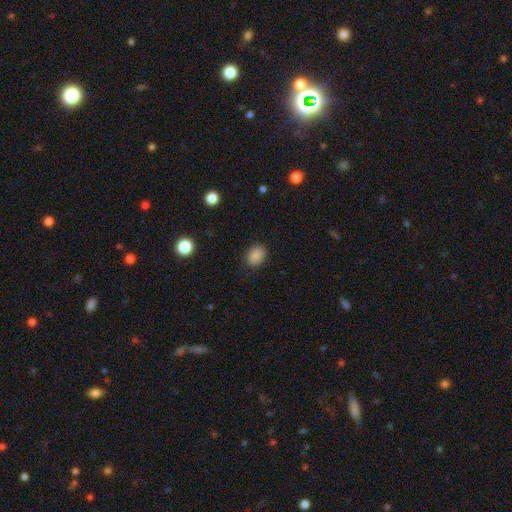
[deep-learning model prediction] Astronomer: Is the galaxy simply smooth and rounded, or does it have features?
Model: smooth — 86%.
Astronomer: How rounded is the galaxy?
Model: in between — 55% (runner-up: round, 44%).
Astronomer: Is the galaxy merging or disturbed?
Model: none — 85%.